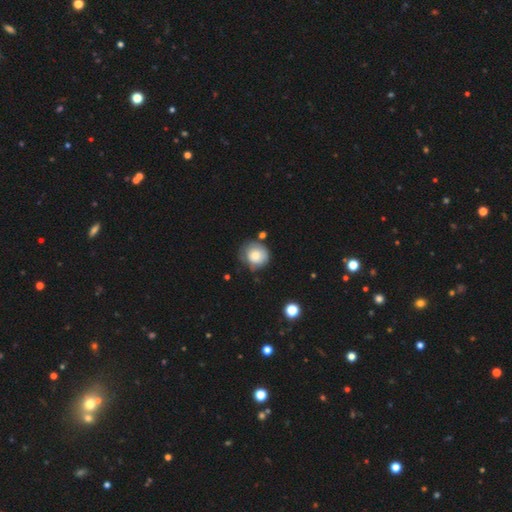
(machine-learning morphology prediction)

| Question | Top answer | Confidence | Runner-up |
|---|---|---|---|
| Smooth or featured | smooth | 74% | featured or disk (18%) |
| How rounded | round | 89% | in between (10%) |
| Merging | none | 61% | minor disturbance (27%) |